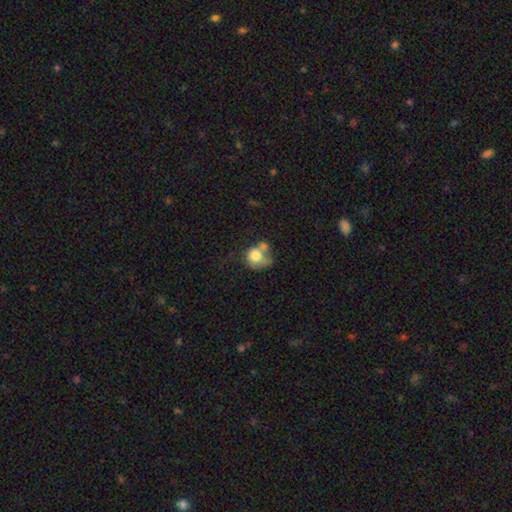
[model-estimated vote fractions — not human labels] smooth_or_featured: smooth (p=0.72) [alt: featured or disk p=0.19]
how_rounded: round (p=0.69) [alt: in between p=0.30]
merging: merger (p=0.44) [alt: none p=0.24]